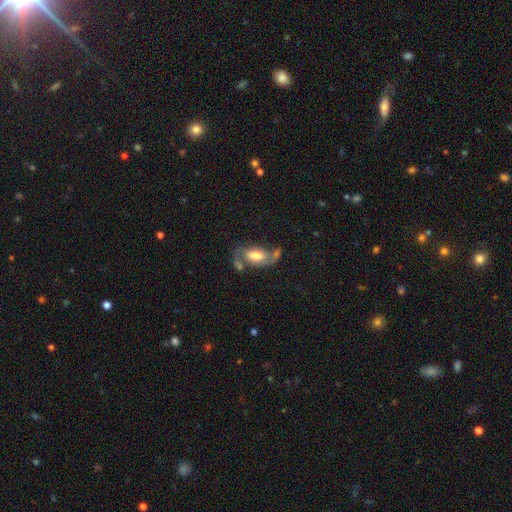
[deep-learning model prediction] Overall: featured or disk (55%; smooth 38%). Edge-on disk: no (92%). Bar: no (47%; weak 37%). Spiral arms: yes (74%). Bulge size: moderate (47%; large 33%). Merging: none (41%; merger 21%).